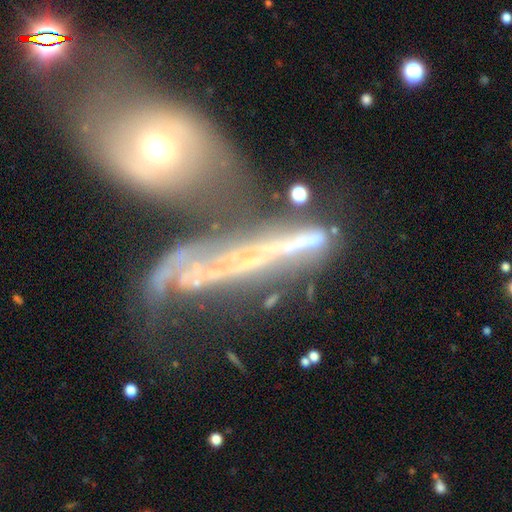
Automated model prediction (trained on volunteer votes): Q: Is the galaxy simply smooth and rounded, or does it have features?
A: featured or disk — 66%.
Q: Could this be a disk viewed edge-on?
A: yes — 55%.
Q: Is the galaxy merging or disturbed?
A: merger — 38%.